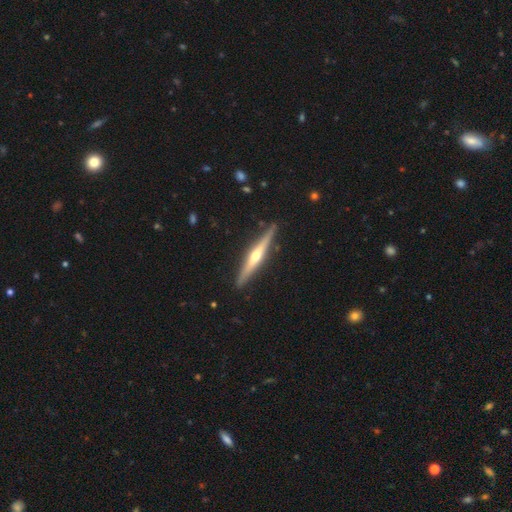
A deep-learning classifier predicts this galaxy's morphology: featured or disk 73%, smooth 22%, star or artifact 5%. Down the decision tree: edge-on disk — yes (97%); edge-on bulge — rounded (89%); merging — none (89%).